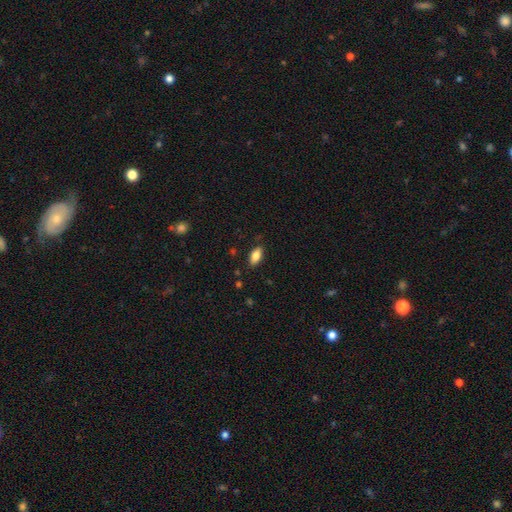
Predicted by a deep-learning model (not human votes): A smooth galaxy with no disk features (81%) that is in between round and cigar-shaped (89%). Merging: none (84%).